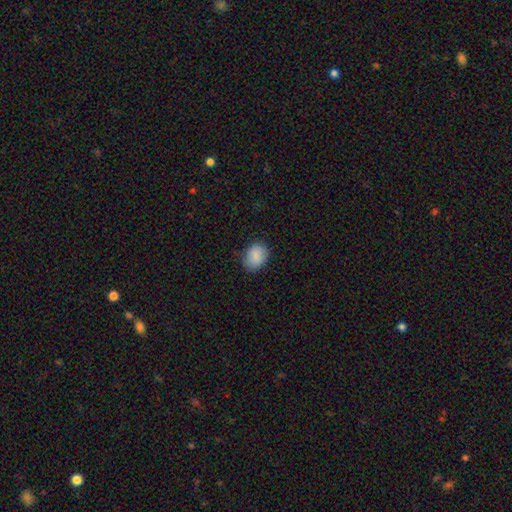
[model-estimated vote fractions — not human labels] Smooth or featured?
  - smooth: 88% *
  - star or artifact: 7%
  - featured or disk: 4%
How rounded?
  - in between: 61% *
  - round: 38%
  - cigar-shaped: 1%
Merging?
  - none: 79% *
  - minor disturbance: 17%
  - major disturbance: 3%
  - merger: 1%